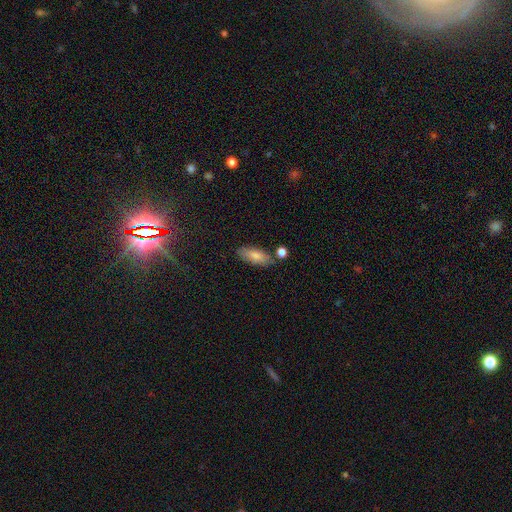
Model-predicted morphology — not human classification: Overall: smooth (80%). How rounded: in between (73%). Merging: none (76%).